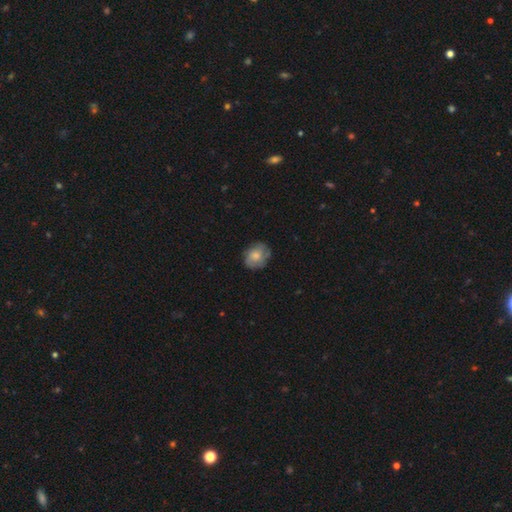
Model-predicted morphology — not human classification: smooth 70%, featured or disk 23%, star or artifact 7%. Down the decision tree: how rounded — round (59%); merging — none (73%).